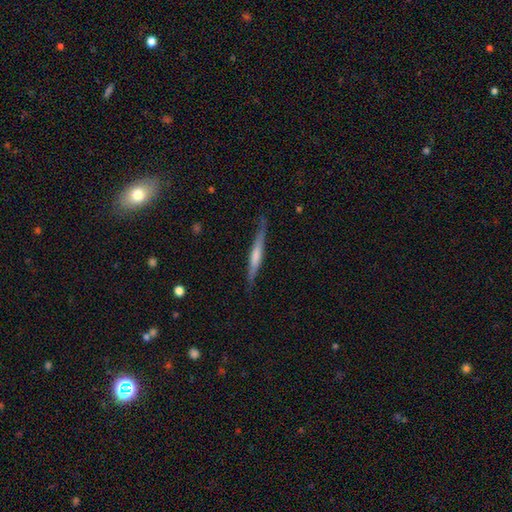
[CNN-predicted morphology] smooth-or-featured: featured or disk: 70% | smooth: 21% | star or artifact: 9%
  disk-edge-on: yes: 97% | no: 3%
    edge-on-bulge: rounded: 67% | none: 20% | boxy: 13%
  merging: none: 86% | minor disturbance: 10% | major disturbance: 2% | merger: 1%